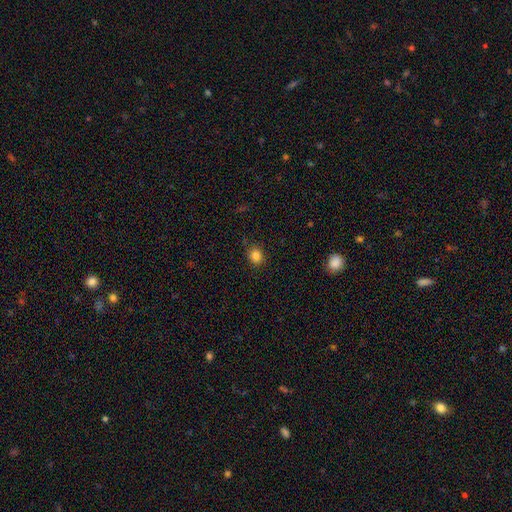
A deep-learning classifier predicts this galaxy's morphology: smooth 84%, star or artifact 12%, featured or disk 4%. Down the decision tree: how rounded — round (66%); merging — none (86%).